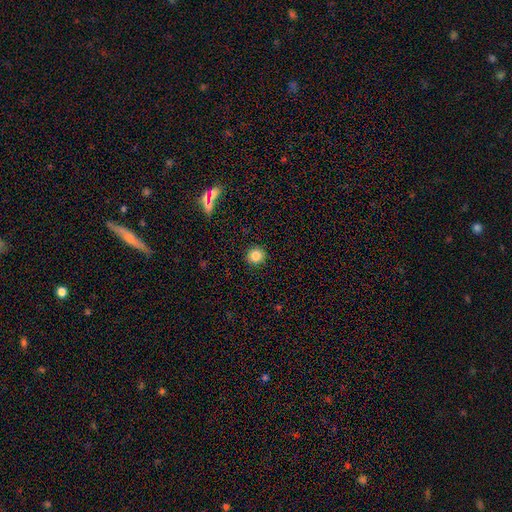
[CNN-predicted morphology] Smooth or featured? Predicted: smooth (p=0.84). How rounded? Predicted: round (p=0.92). Merging? Predicted: none (p=0.91).